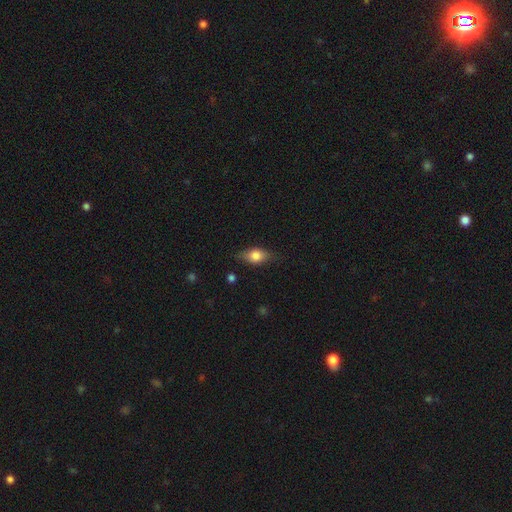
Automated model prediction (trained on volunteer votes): Overall: smooth (72%). How rounded: in between (78%). Merging: none (74%).